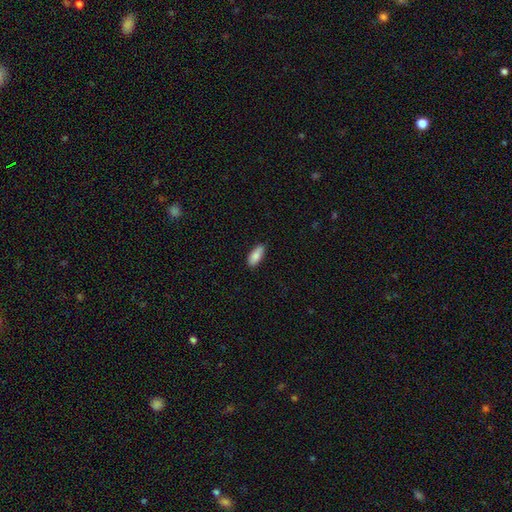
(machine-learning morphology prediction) smooth 87%, featured or disk 7%, star or artifact 6%. Down the decision tree: how rounded — in between (82%); merging — none (85%).